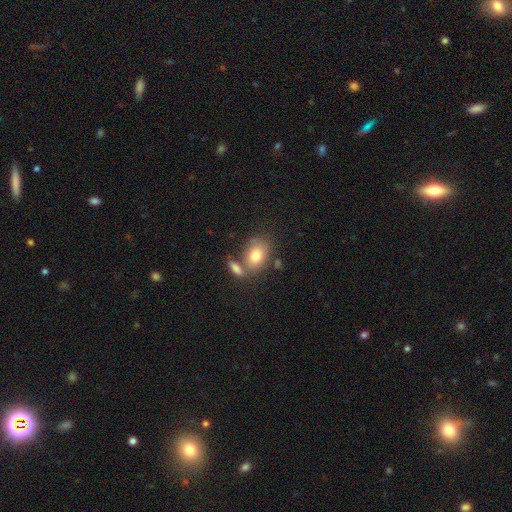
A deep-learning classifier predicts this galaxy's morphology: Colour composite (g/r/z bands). It shows a smooth galaxy with no disk features (78%) that is in between round and cigar-shaped (76%). Merging: none (54%).